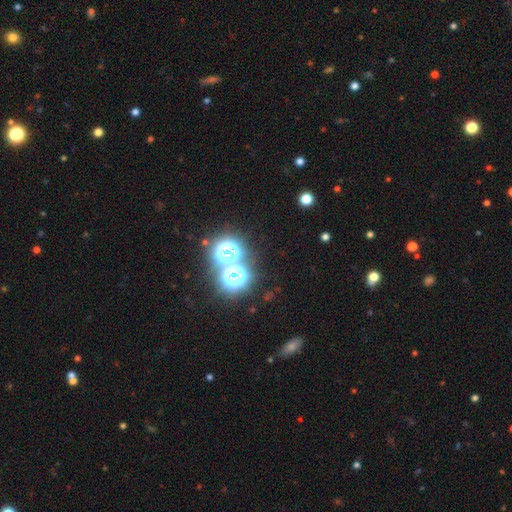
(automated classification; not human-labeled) The model was most divided on "smooth or featured": star or artifact: 77%, smooth: 16%, featured or disk: 7%.